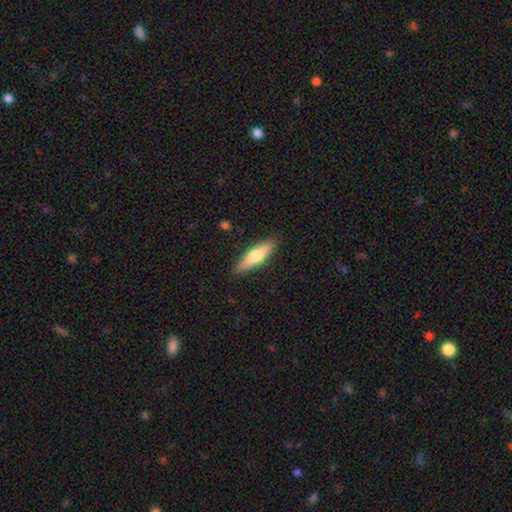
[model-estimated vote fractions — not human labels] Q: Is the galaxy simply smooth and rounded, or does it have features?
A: smooth — 62%.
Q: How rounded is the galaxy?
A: cigar-shaped — 61%.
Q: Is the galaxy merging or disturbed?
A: none — 88%.